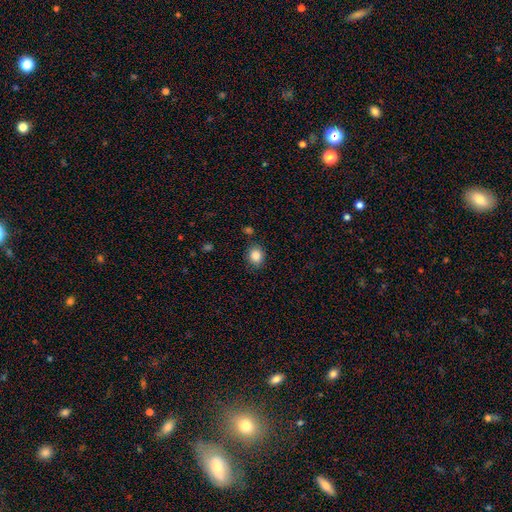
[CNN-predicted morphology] Q: Smooth or featured?
A: smooth (86%); runner-up: star or artifact (10%)
Q: How rounded?
A: round (67%); runner-up: in between (32%)
Q: Merging?
A: none (84%); runner-up: minor disturbance (10%)